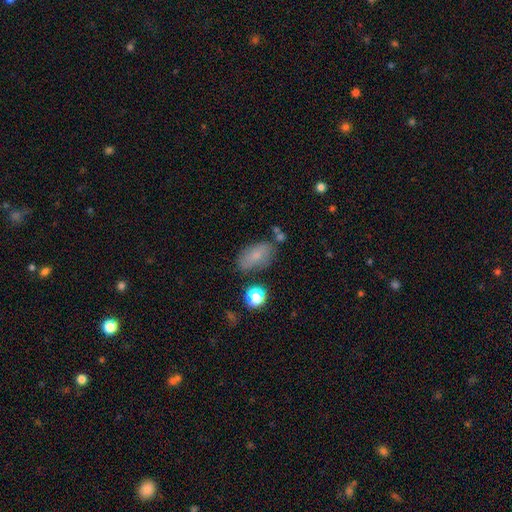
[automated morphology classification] smooth-or-featured: smooth: 73% | featured or disk: 17% | star or artifact: 11%
  how-rounded: in between: 87% | round: 9% | cigar-shaped: 4%
  merging: none: 67% | minor disturbance: 20% | merger: 7% | major disturbance: 6%